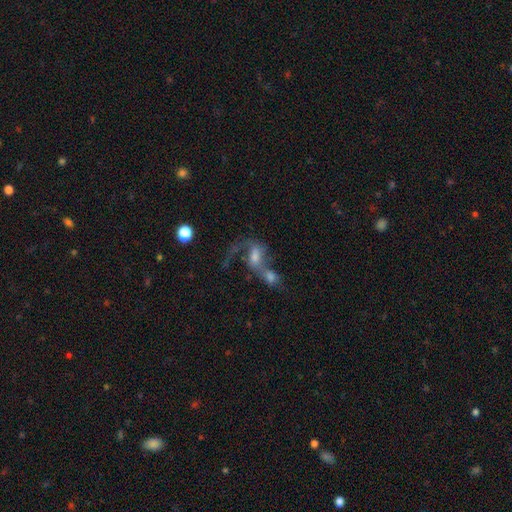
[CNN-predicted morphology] The model was most divided on "bar": no: 44%, weak: 39%, strong: 16%. Remaining: edge-on disk — no (93%); spiral arms — yes (73%); merging — merger (65%); smooth or featured — featured or disk (58%); bulge size — moderate (41%).